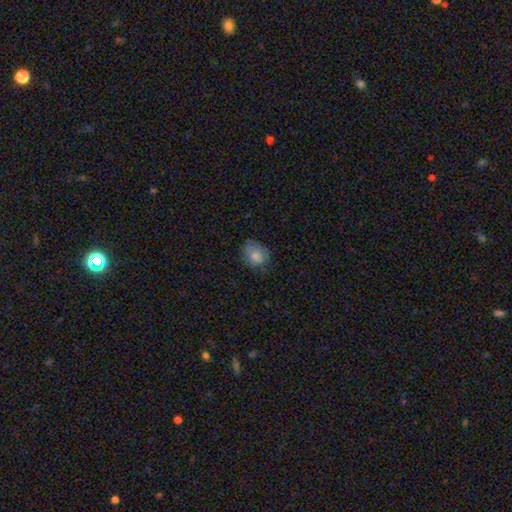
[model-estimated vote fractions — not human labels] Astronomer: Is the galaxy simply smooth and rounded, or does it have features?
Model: smooth — 78%.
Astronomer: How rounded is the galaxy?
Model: round — 52% (runner-up: in between, 47%).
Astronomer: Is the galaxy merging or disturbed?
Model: none — 60%.